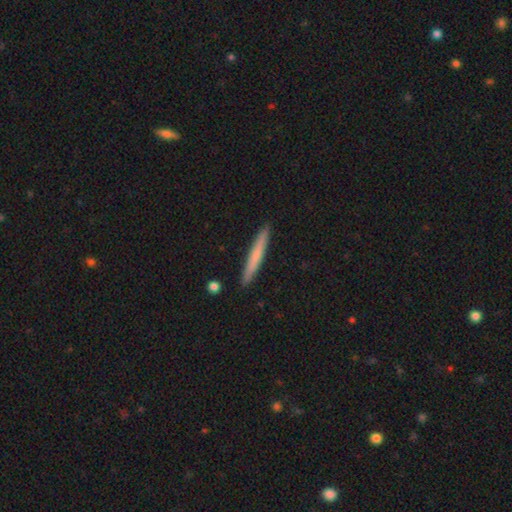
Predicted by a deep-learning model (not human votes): Smooth or featured? Predicted: smooth (p=0.64). How rounded? Predicted: cigar-shaped (p=0.97). Merging? Predicted: none (p=0.92).